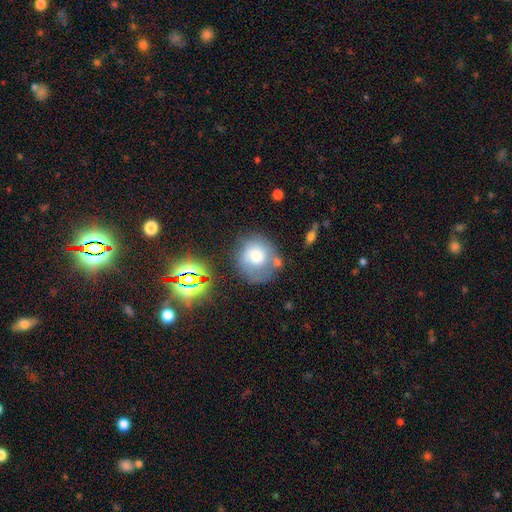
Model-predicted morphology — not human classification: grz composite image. It shows a smooth galaxy with no disk features (55%) that is round (80%). Merging: none (58%).